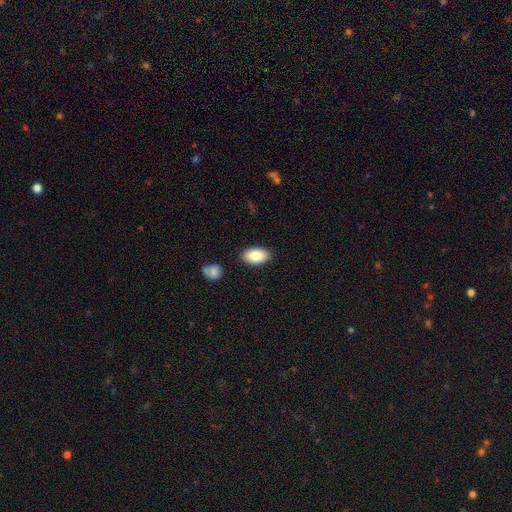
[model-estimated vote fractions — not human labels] A smooth galaxy with no disk features (86%) that is in between round and cigar-shaped (94%). Merging: none (85%).